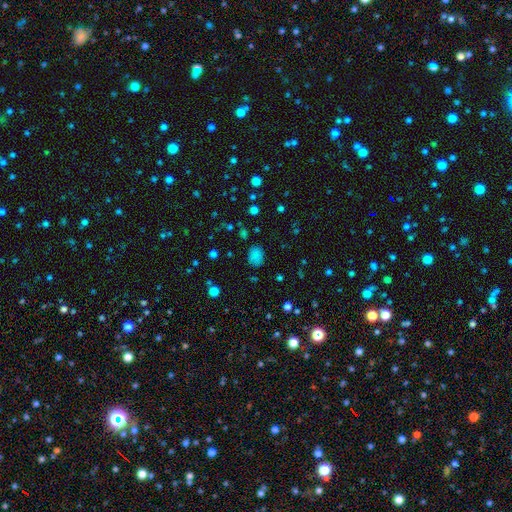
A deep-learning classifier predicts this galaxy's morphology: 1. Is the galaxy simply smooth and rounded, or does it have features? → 79% smooth, 16% star or artifact, 5% featured or disk.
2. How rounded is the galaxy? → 65% in between, 34% round, 1% cigar-shaped.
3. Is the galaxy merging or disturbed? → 78% none, 16% minor disturbance, 4% major disturbance, 2% merger.